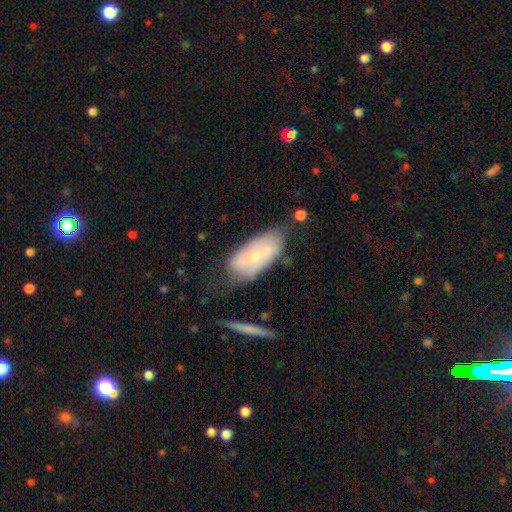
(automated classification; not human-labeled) featured or disk 50%, smooth 43%, star or artifact 7%. Down the decision tree: edge-on disk — no (87%); merging — none (57%).